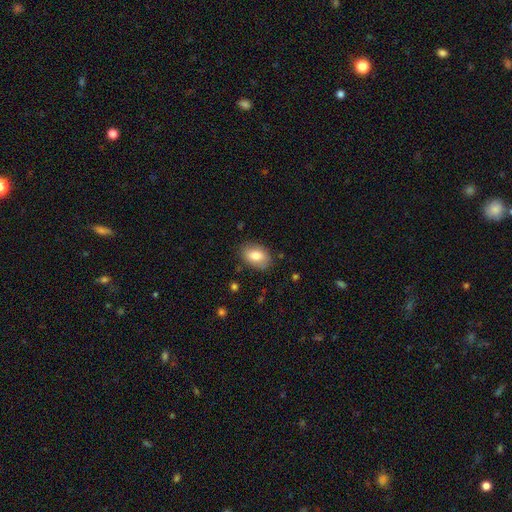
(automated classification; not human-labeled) The model was most divided on "smooth or featured": smooth: 80%, featured or disk: 13%, star or artifact: 7%. More confident: how rounded — in between (85%); merging — none (83%).